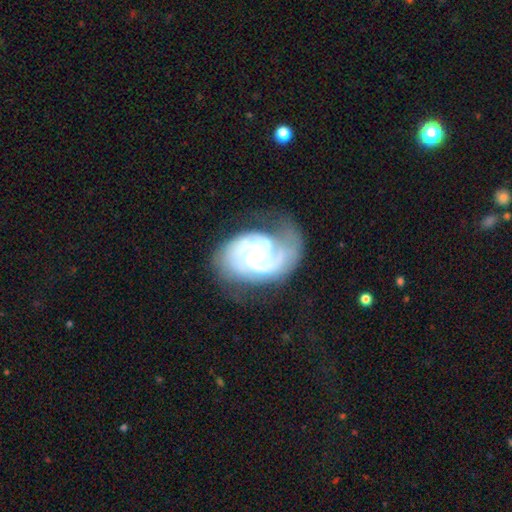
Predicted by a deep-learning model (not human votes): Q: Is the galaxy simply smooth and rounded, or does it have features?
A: featured or disk — 88%.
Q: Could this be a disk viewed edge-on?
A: no — 98%.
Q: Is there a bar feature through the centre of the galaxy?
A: no — 64%.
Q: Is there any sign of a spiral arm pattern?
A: yes — 97%.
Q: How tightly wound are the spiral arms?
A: tight — 61%.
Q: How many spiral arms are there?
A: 2 — 49%.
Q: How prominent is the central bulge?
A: moderate — 64%.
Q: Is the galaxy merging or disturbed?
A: none — 51%.